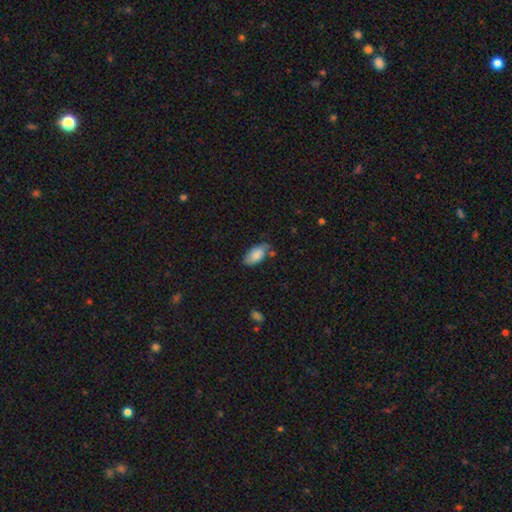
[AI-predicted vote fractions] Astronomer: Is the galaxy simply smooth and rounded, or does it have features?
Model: smooth — 82%.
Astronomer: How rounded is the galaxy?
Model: in between — 93%.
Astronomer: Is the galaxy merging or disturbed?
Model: none — 62%.